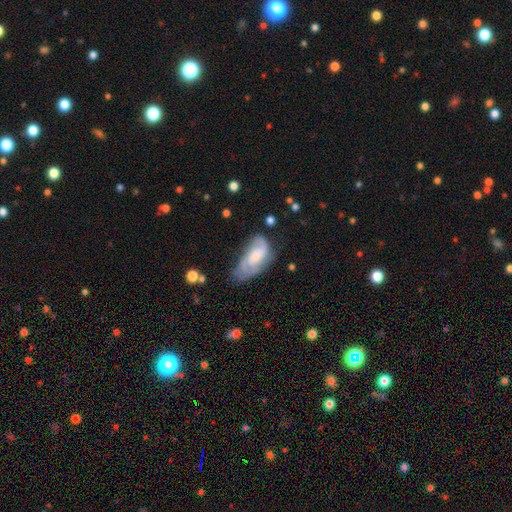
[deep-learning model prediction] smooth-or-featured: featured or disk: 51% | smooth: 42% | star or artifact: 7%
  disk-edge-on: no: 94% | yes: 6%
  merging: none: 40% | minor disturbance: 33% | major disturbance: 22% | merger: 4%